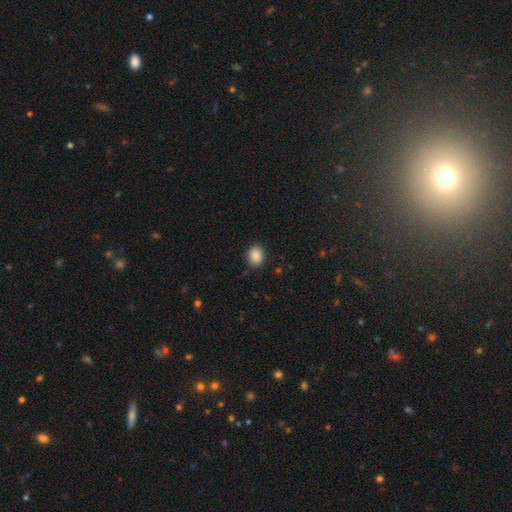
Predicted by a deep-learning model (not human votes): Q: Smooth or featured?
A: smooth (89%); runner-up: star or artifact (8%)
Q: How rounded?
A: in between (56%); runner-up: round (43%)
Q: Merging?
A: none (88%); runner-up: minor disturbance (9%)